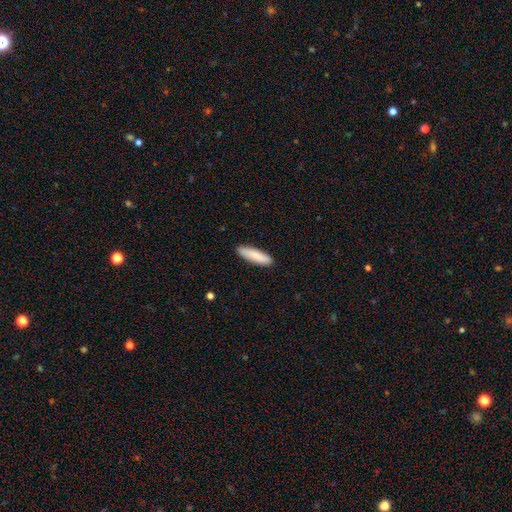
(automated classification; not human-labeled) A smooth galaxy with no disk features (87%) that is cigar-shaped (76%).

Vote fractions:
- Smooth or featured? smooth: 87% / featured or disk: 8% / star or artifact: 5%
- How rounded? cigar-shaped: 76% / in between: 23% / round: 1%
- Merging? none: 90% / minor disturbance: 7% / major disturbance: 1% / merger: 1%